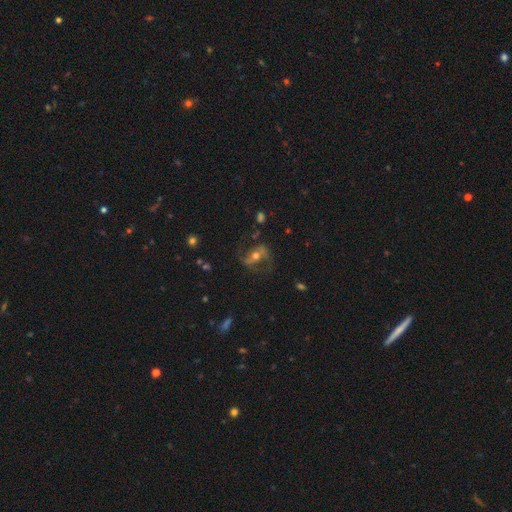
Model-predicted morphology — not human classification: featured or disk 76%, smooth 15%, star or artifact 10%. Down the decision tree: edge-on disk — no (94%); bar — strong (37%); spiral arms — yes (88%); spiral arm count — 2 (89%); spiral winding — loose (49%); bulge size — moderate (66%); merging — none (66%).